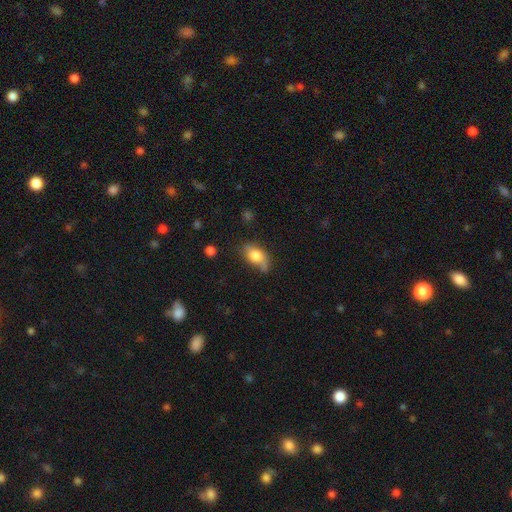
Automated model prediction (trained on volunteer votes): Smooth or featured? Predicted: smooth (p=0.72). How rounded? Predicted: in between (p=0.84). Merging? Predicted: none (p=0.49).